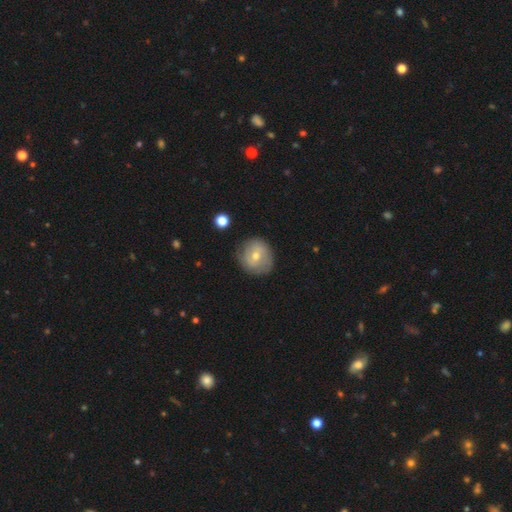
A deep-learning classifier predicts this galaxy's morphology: Smooth or featured: featured or disk — 45% (tied with smooth — 45%)
Merging: none — 80% (minor disturbance — 15%)